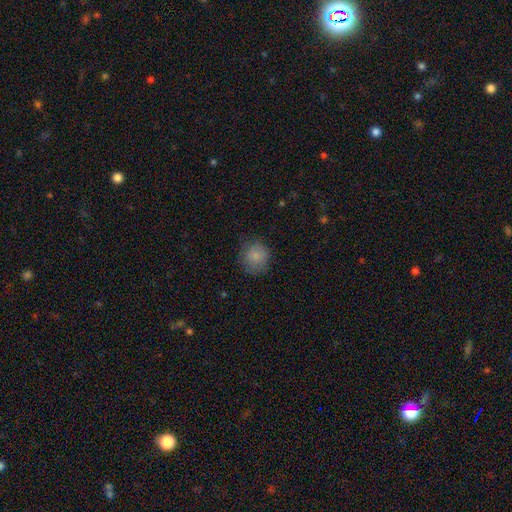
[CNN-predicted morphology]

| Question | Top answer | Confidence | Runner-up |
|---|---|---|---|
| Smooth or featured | smooth | 84% | star or artifact (9%) |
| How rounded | round | 89% | in between (10%) |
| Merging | none | 76% | minor disturbance (17%) |